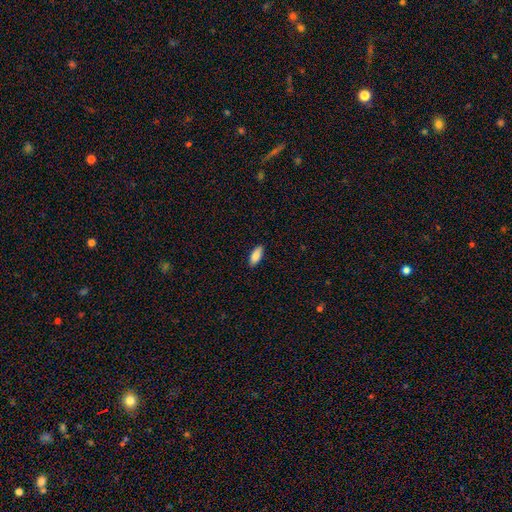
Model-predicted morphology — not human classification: The model was most divided on "how rounded": in between: 79%, cigar-shaped: 19%, round: 2%. More confident: smooth or featured — smooth (88%); merging — none (87%).